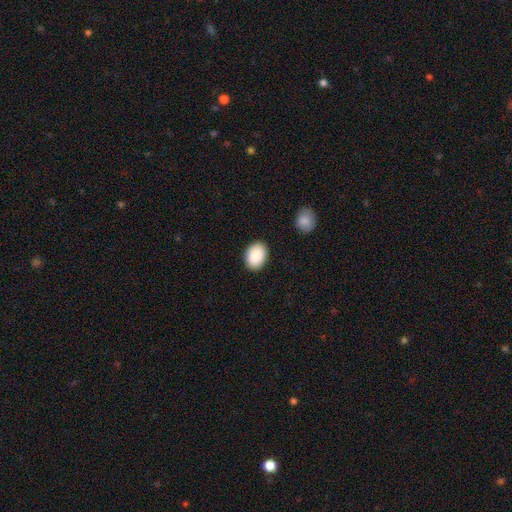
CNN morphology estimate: This is clearly a smooth galaxy (90%). How rounded: likely in between (75%). Merging: clearly none (89%).